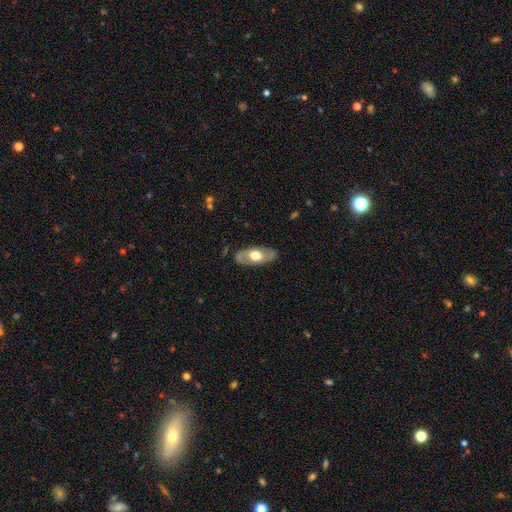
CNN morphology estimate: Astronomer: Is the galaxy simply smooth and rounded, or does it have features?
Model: featured or disk — 51% (runner-up: smooth, 44%).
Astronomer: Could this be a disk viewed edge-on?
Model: no — 79%.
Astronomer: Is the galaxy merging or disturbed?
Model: none — 83%.